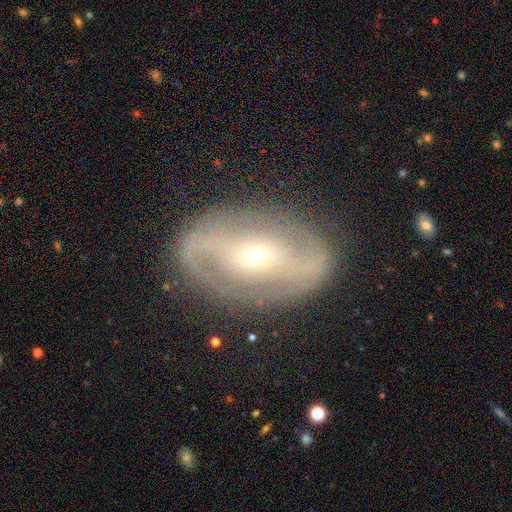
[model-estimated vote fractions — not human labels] This appears to be a featured or disk galaxy (80%) with no bar (40%), 2 (80%) medium (41%) spiral arms (77%) and a small central bulge (66%). Merging: none (80%).